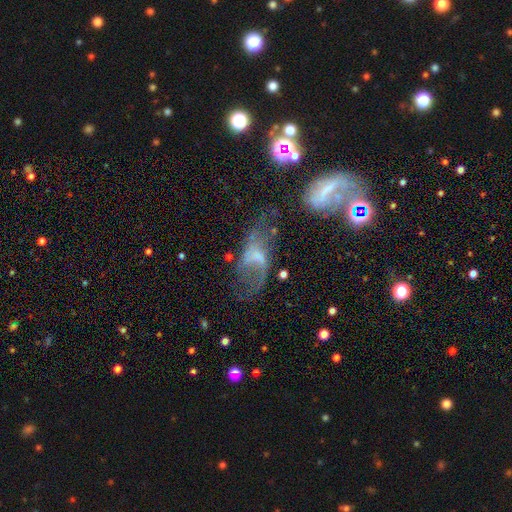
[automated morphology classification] featured or disk 68%, smooth 20%, star or artifact 12%. Down the decision tree: edge-on disk — no (93%); bar — no (48%); spiral arms — yes (71%); bulge size — small (37%); merging — none (36%).